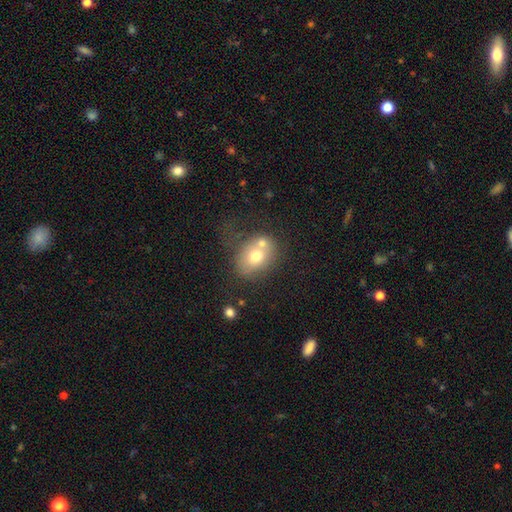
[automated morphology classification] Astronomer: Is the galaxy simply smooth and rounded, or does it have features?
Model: smooth — 65%.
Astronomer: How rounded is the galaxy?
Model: in between — 55% (runner-up: round, 44%).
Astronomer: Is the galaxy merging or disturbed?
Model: none — 41% (runner-up: merger, 34%).